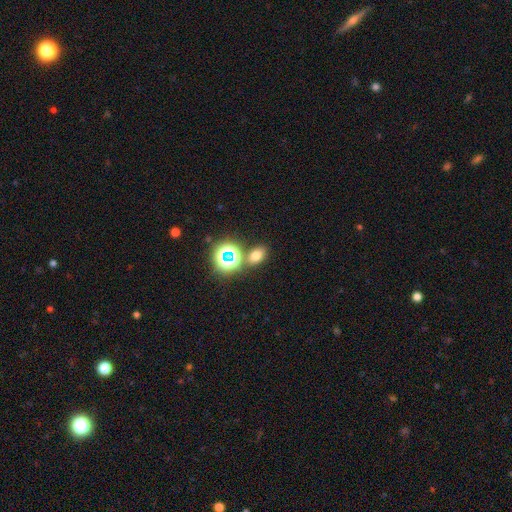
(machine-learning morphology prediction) smooth 64%, star or artifact 27%, featured or disk 9%. Down the decision tree: how rounded — in between (70%); merging — none (75%).